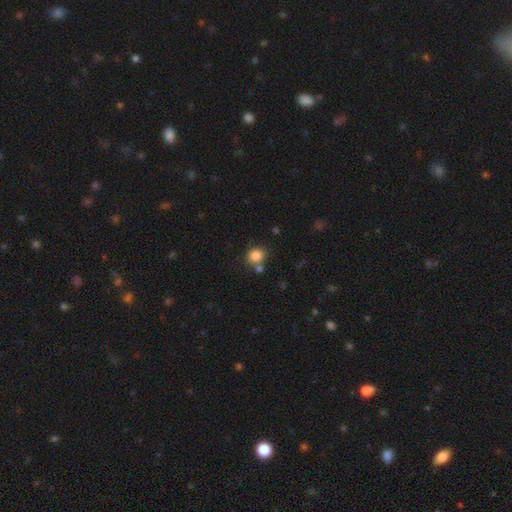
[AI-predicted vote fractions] A smooth galaxy with no disk features (84%) that is round (74%). Merging: none (72%).